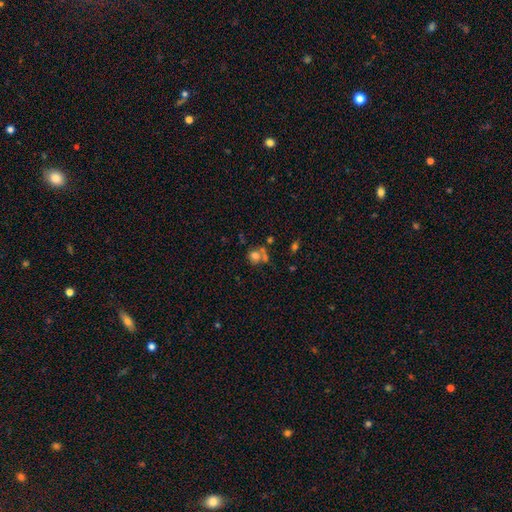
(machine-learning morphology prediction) The model was most divided on "merging": none: 42%, merger: 37%, minor disturbance: 12%, major disturbance: 9%. More confident: how rounded — round (74%); smooth or featured — smooth (68%).